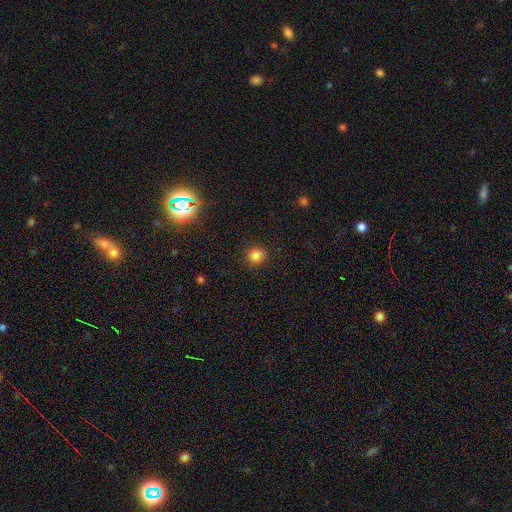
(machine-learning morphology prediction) smooth-or-featured: smooth: 82% | star or artifact: 14% | featured or disk: 4%
  how-rounded: round: 87% | in between: 12% | cigar-shaped: 1%
  merging: none: 88% | minor disturbance: 9% | major disturbance: 3% | merger: 1%